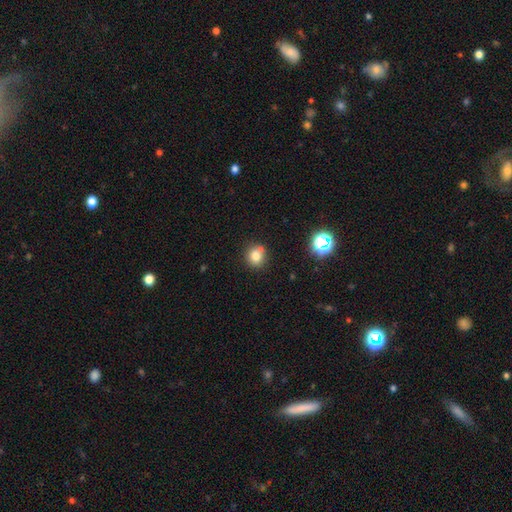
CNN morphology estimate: This appears to be a smooth galaxy with no disk features (77%) that is round (85%). Merging: none (71%).